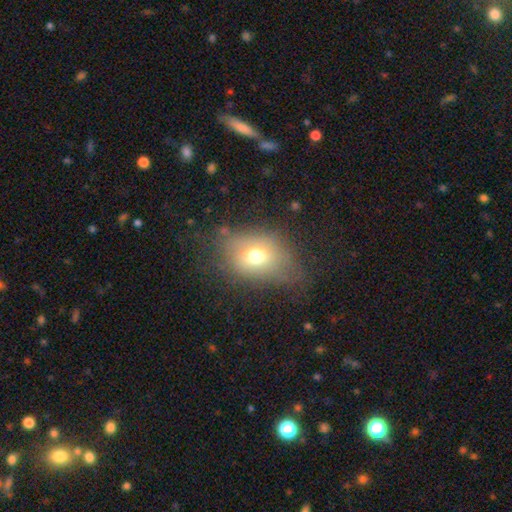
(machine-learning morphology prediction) type=smooth (65%); roundness=in between (65%); merging=none (58%).